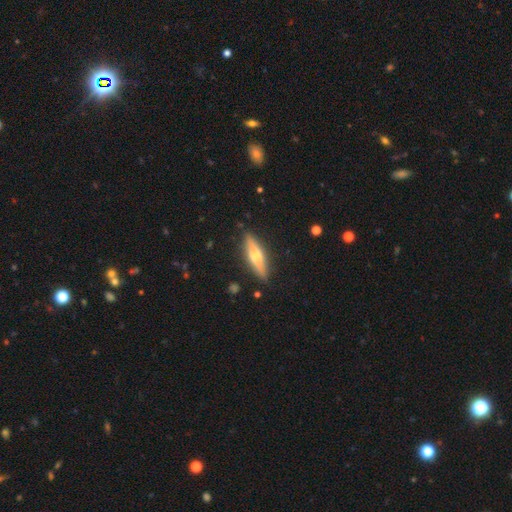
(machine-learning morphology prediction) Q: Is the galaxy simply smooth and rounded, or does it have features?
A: smooth — 50%.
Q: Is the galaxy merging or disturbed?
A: none — 86%.